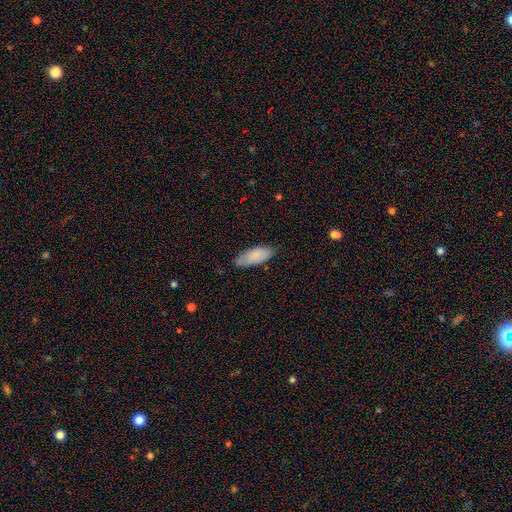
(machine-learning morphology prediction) Smooth or featured?
  - smooth: 84% *
  - featured or disk: 9%
  - star or artifact: 6%
How rounded?
  - in between: 80% *
  - cigar-shaped: 18%
  - round: 2%
Merging?
  - none: 72% *
  - minor disturbance: 22%
  - major disturbance: 4%
  - merger: 2%